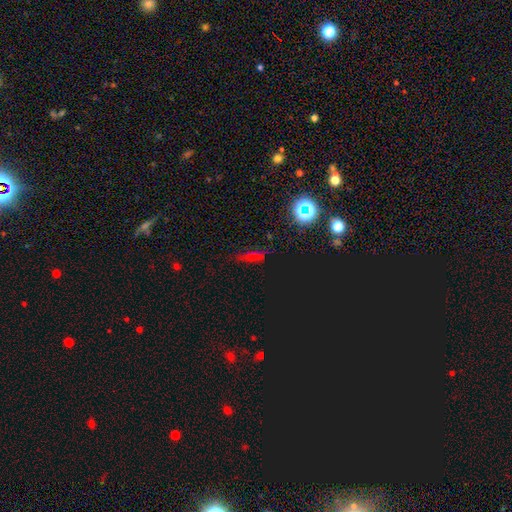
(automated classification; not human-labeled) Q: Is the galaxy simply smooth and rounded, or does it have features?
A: star or artifact — 45%, tied with smooth.